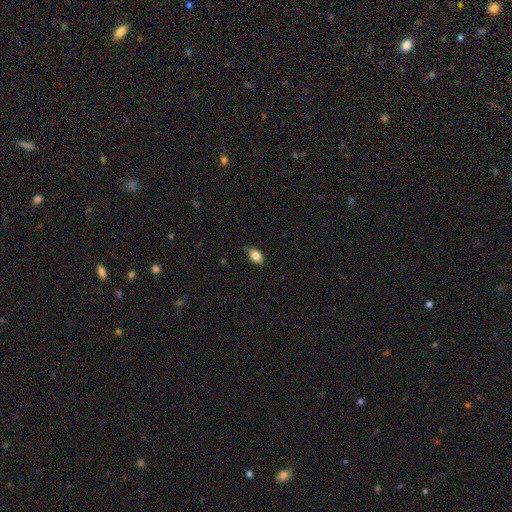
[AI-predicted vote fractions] A smooth galaxy with no disk features (84%) that is in between round and cigar-shaped (91%).

Vote fractions:
- Smooth or featured? smooth: 84% / featured or disk: 8% / star or artifact: 8%
- How rounded? in between: 91% / round: 7% / cigar-shaped: 2%
- Merging? none: 70% / minor disturbance: 24% / major disturbance: 3% / merger: 2%